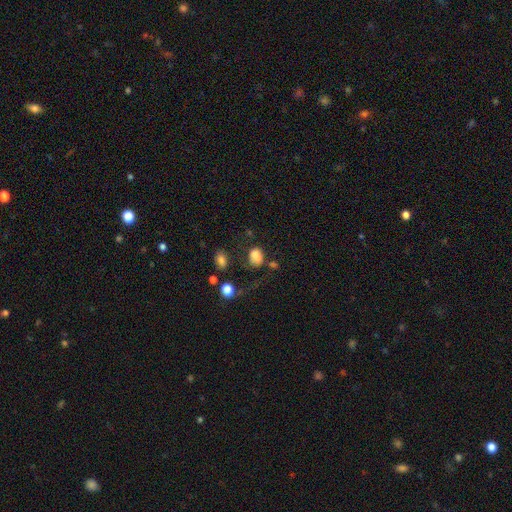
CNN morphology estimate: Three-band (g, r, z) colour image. It shows a smooth galaxy with no disk features (79%) that is in between round and cigar-shaped (64%). Merging: none (47%).